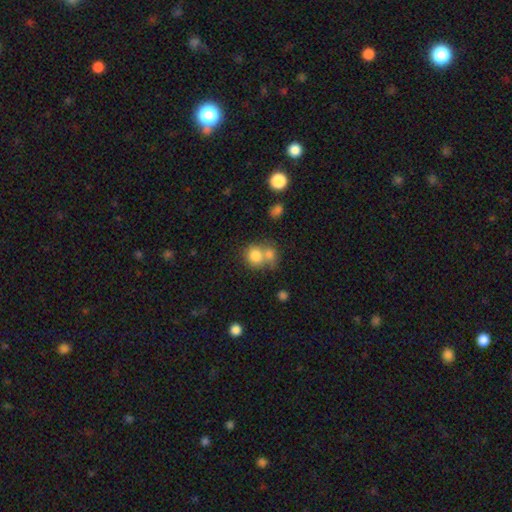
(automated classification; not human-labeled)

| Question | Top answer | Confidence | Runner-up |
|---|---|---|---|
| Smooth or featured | smooth | 79% | featured or disk (11%) |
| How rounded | round | 75% | in between (24%) |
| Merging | merger | 51% | none (36%) |